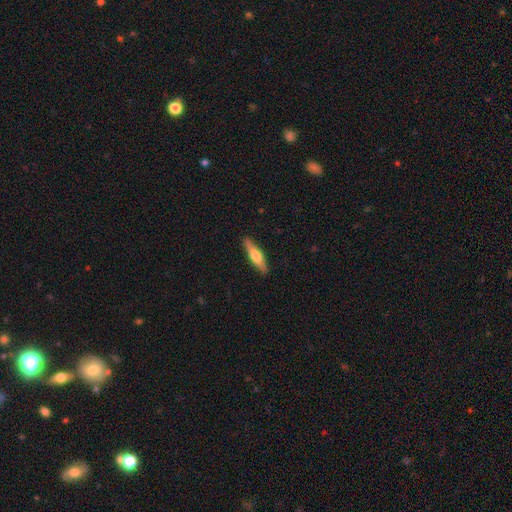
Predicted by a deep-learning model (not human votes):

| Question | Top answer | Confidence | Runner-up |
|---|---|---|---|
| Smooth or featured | smooth | 47% | tied: featured or disk (47%) |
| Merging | none | 90% | minor disturbance (8%) |